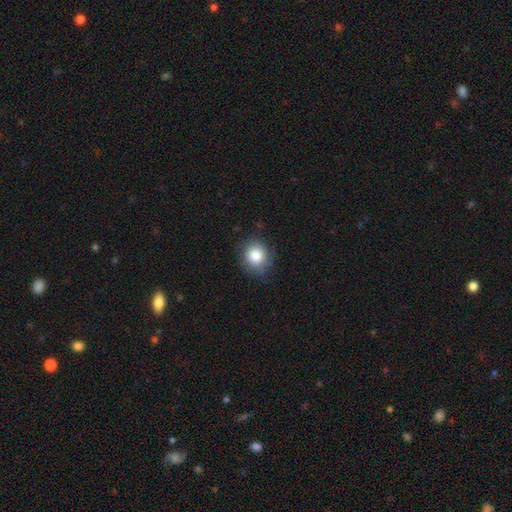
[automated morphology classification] Q: Smooth or featured?
A: smooth (83%); runner-up: star or artifact (9%)
Q: How rounded?
A: round (79%); runner-up: in between (20%)
Q: Merging?
A: none (78%); runner-up: minor disturbance (17%)